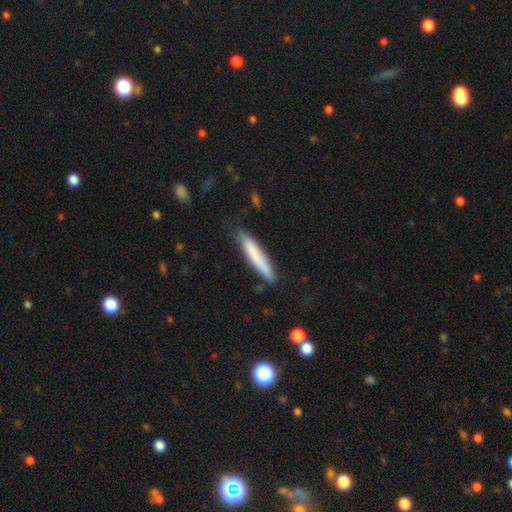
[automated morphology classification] This appears to be a smooth galaxy with no disk features (78%) that is cigar-shaped (91%). Merging: none (82%).